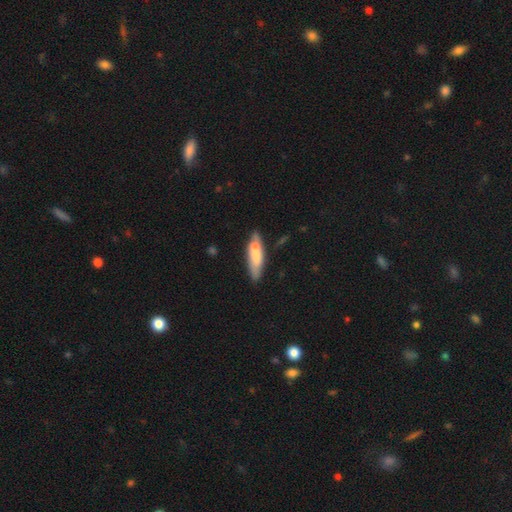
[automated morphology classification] This appears to be a smooth galaxy with no disk features (65%) that is cigar-shaped (62%). Merging: none (62%).